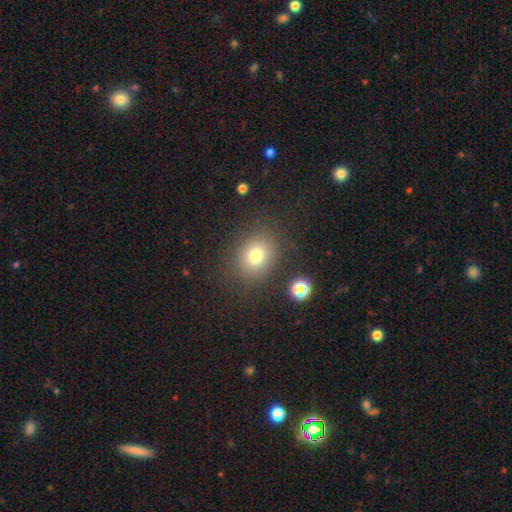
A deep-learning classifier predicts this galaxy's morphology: This is likely a smooth galaxy (75%). How rounded: likely round (63%). Merging: clearly none (82%).